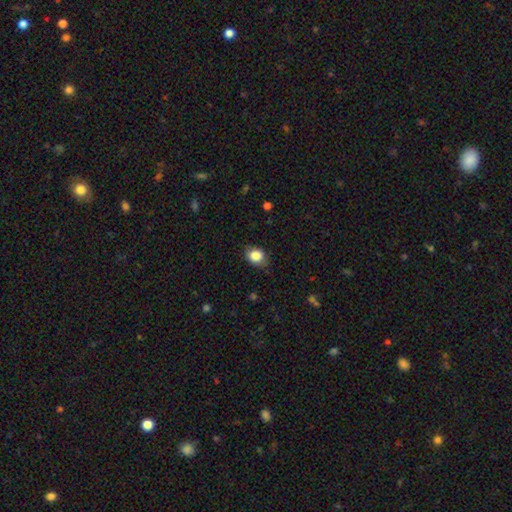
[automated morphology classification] A smooth galaxy with no disk features (85%) that is in between round and cigar-shaped (51%).

Vote fractions:
- Smooth or featured? smooth: 85% / star or artifact: 9% / featured or disk: 6%
- How rounded? in between: 51% / round: 48% / cigar-shaped: 1%
- Merging? none: 77% / minor disturbance: 18% / major disturbance: 4% / merger: 1%